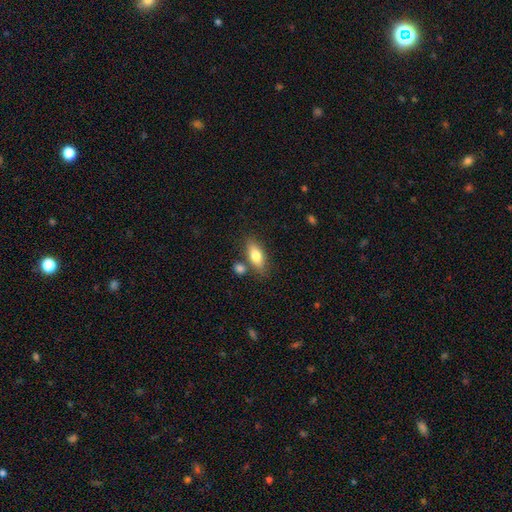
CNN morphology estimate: smooth 75%, featured or disk 18%, star or artifact 7%. Down the decision tree: how rounded — in between (76%); merging — none (71%).